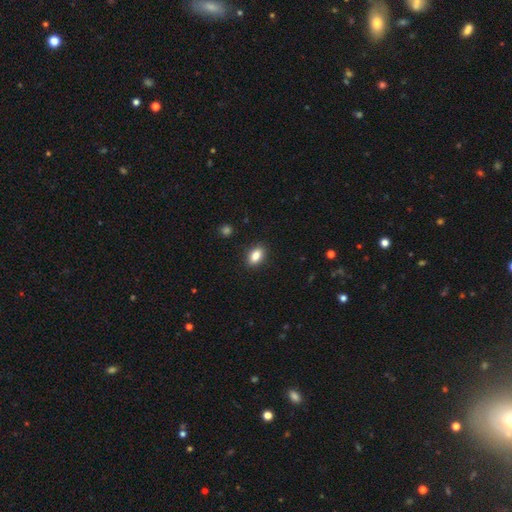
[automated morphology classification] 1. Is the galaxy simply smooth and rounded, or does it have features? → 86% smooth, 8% star or artifact, 5% featured or disk.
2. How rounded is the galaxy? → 87% in between, 10% round, 3% cigar-shaped.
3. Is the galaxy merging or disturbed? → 88% none, 8% minor disturbance, 2% major disturbance, 1% merger.